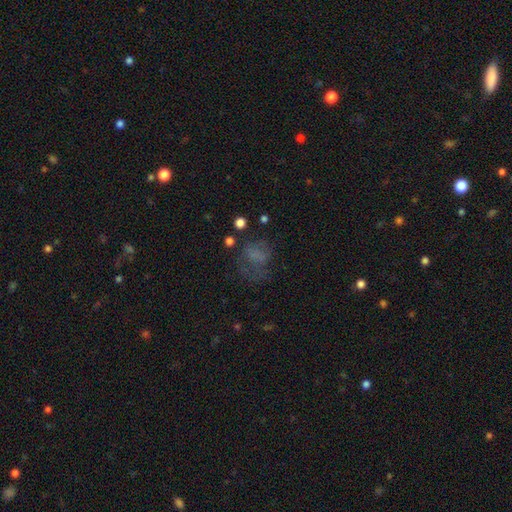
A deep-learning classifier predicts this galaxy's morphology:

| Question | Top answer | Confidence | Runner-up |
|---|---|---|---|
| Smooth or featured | smooth | 52% | featured or disk (26%) |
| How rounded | in between | 51% | round (47%) |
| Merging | none | 43% | major disturbance (32%) |